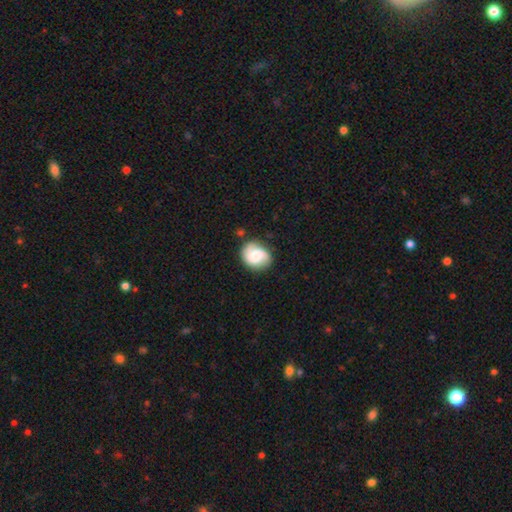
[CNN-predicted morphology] Q: Smooth or featured?
A: featured or disk (54%); runner-up: smooth (39%)
Q: Edge-on disk?
A: no (98%); runner-up: yes (2%)
Q: Bar?
A: no (51%); runner-up: weak (41%)
Q: Spiral arms?
A: yes (91%); runner-up: no (9%)
Q: Bulge size?
A: moderate (52%); runner-up: small (23%)
Q: Merging?
A: none (78%); runner-up: minor disturbance (15%)